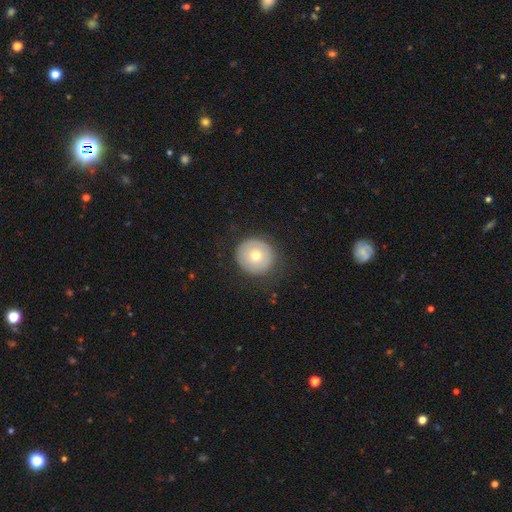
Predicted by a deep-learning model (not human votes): The model was most divided on "smooth or featured": smooth: 62%, featured or disk: 30%, star or artifact: 8%. More confident: how rounded — round (94%); merging — none (82%).